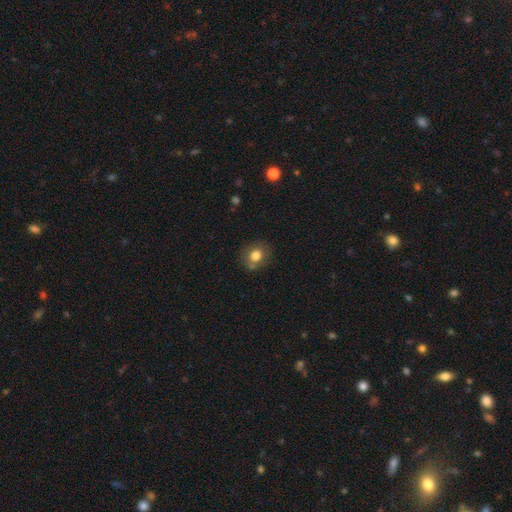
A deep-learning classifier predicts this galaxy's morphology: A smooth galaxy with no disk features (78%) that is round (70%). Merging: none (77%).